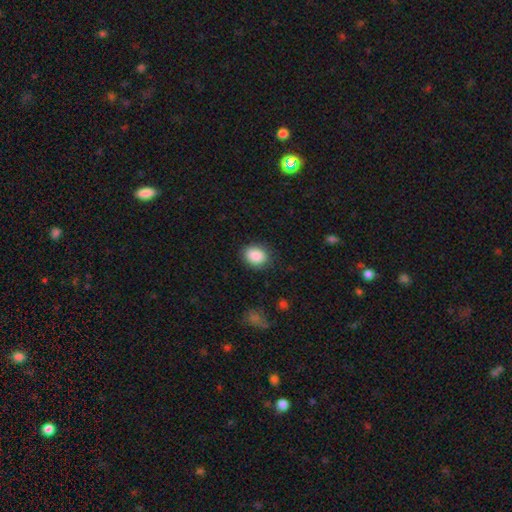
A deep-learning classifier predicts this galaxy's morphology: Smooth or featured? Predicted: smooth (p=0.89). How rounded? Predicted: in between (p=0.60). Merging? Predicted: none (p=0.84).